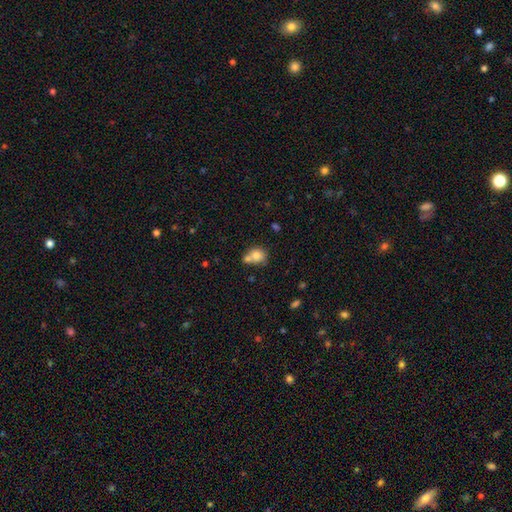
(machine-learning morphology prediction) Smooth or featured? smooth (76%)
How rounded? round (69%)
Merging? merger (44%)